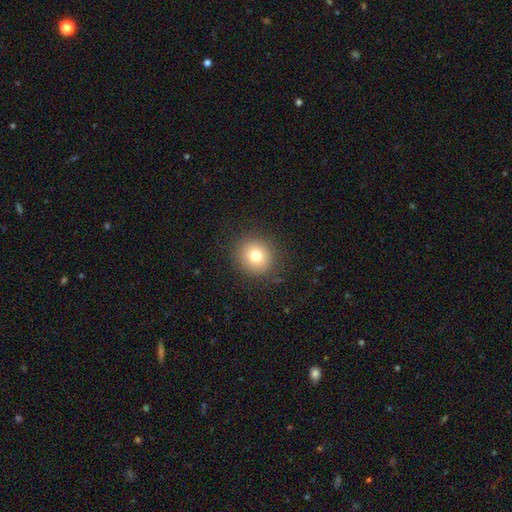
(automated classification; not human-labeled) Smooth or featured: smooth — 77% (star or artifact — 13%)
How rounded: round — 92% (in between — 8%)
Merging: none — 89% (minor disturbance — 7%)